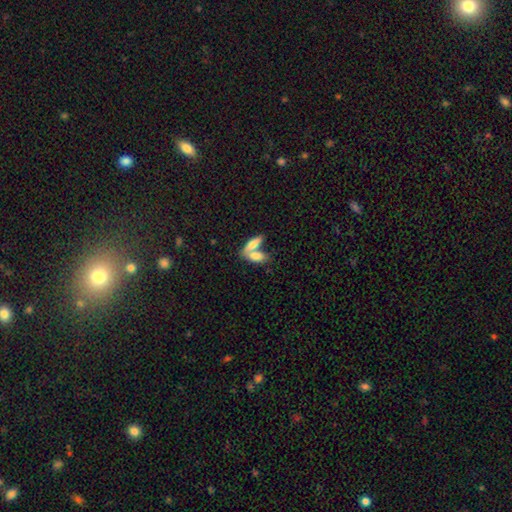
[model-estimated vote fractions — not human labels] smooth-or-featured: smooth: 76% | featured or disk: 18% | star or artifact: 6%
  how-rounded: in between: 77% | cigar-shaped: 20% | round: 4%
  merging: merger: 62% | none: 28% | minor disturbance: 7% | major disturbance: 3%